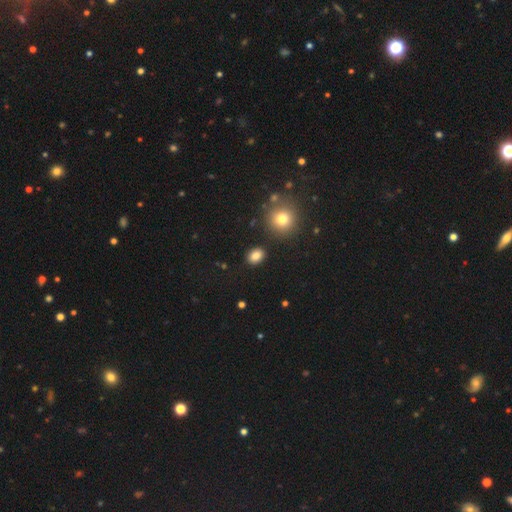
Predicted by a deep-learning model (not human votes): This appears to be a smooth galaxy with no disk features (84%) that is in between round and cigar-shaped (61%). Merging: none (88%).